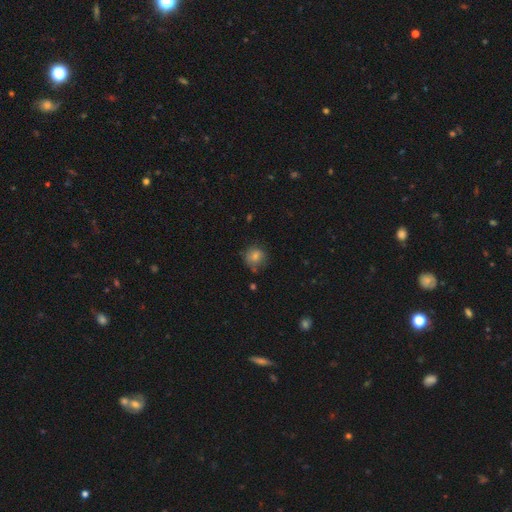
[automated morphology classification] Overall: smooth (75%). How rounded: round (84%). Merging: none (73%).